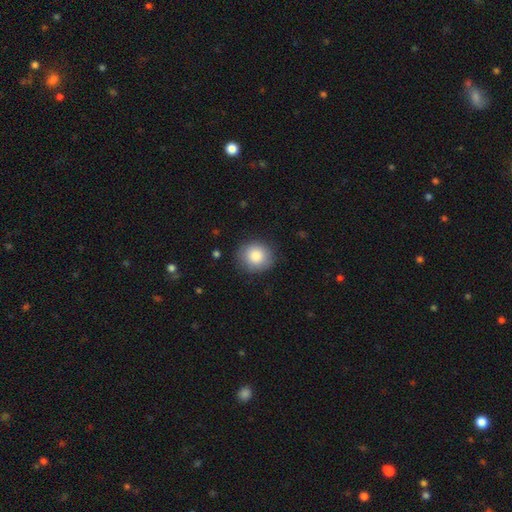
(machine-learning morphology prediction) A smooth galaxy with no disk features (86%) that is round (87%). Merging: none (87%).